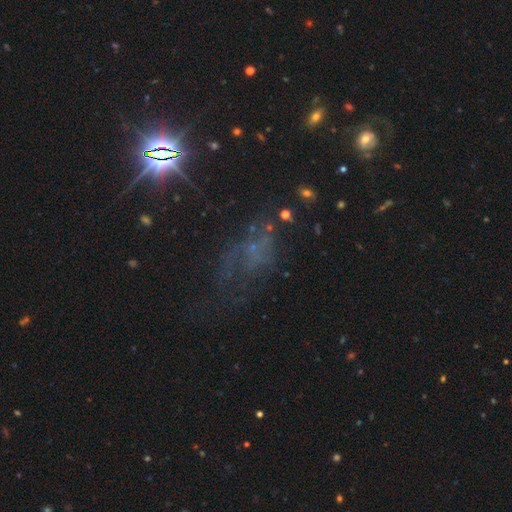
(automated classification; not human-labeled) Morphology: type=star or artifact (43%).